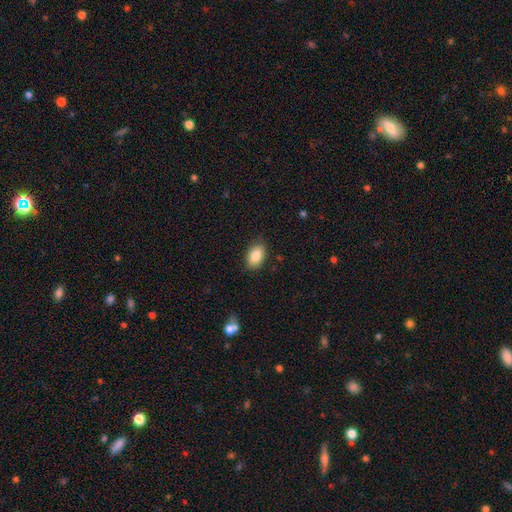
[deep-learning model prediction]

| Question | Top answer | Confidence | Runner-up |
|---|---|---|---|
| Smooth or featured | smooth | 85% | star or artifact (8%) |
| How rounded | in between | 90% | round (9%) |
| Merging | none | 85% | minor disturbance (11%) |